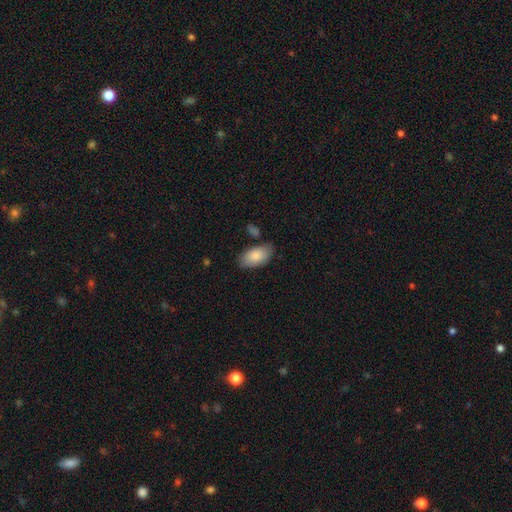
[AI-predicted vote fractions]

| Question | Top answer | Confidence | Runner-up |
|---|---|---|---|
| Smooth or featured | smooth | 86% | featured or disk (8%) |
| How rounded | in between | 95% | round (3%) |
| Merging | none | 76% | minor disturbance (16%) |